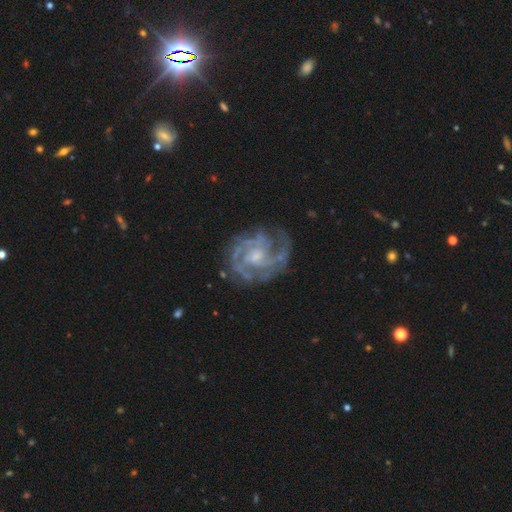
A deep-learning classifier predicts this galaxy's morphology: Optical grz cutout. It shows a featured or disk galaxy (87%) with no bar (57%), 3 (29%) tight (54%) spiral arms (94%) and a small central bulge (45%). Merging: none (70%).